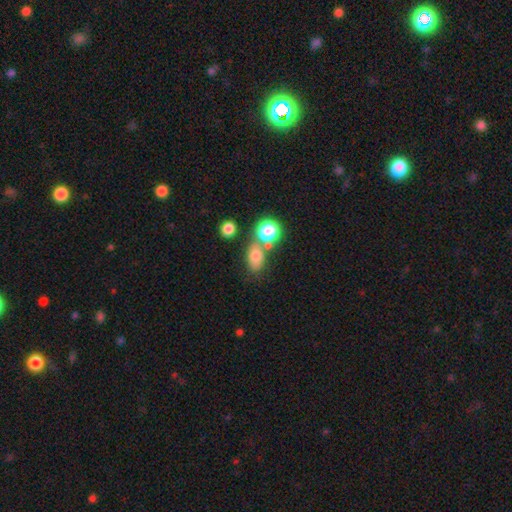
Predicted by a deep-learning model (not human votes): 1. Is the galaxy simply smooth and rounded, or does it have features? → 73% smooth, 13% star or artifact, 13% featured or disk.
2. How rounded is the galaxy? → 69% in between, 29% round, 2% cigar-shaped.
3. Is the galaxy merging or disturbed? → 50% none, 33% merger, 12% minor disturbance, 6% major disturbance.